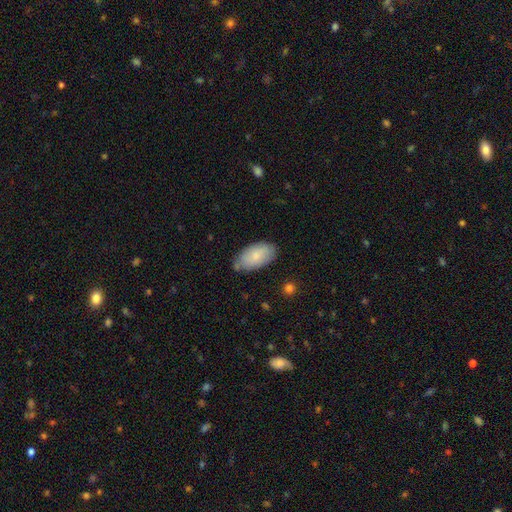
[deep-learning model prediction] Q: Smooth or featured?
A: smooth (81%); runner-up: featured or disk (13%)
Q: How rounded?
A: in between (95%); runner-up: round (3%)
Q: Merging?
A: none (71%); runner-up: minor disturbance (22%)